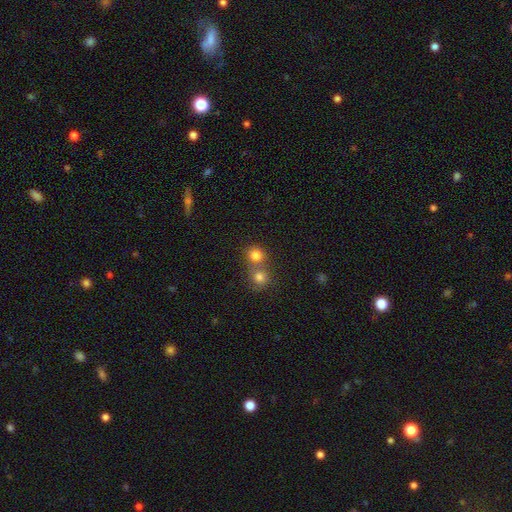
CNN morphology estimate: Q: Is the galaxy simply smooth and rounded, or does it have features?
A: smooth — 80%.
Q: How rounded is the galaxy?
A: round — 86%.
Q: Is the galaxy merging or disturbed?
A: merger — 47%.